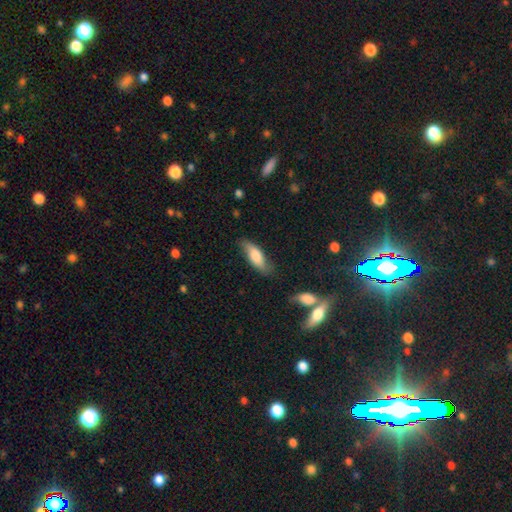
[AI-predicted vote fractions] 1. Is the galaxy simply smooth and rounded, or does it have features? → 72% smooth, 21% featured or disk, 6% star or artifact.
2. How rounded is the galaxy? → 61% in between, 36% cigar-shaped, 2% round.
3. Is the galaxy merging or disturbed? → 74% none, 19% minor disturbance, 4% major disturbance, 2% merger.